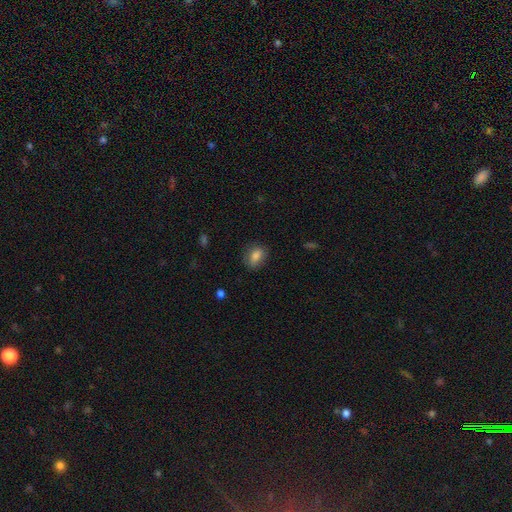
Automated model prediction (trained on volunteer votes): A smooth galaxy with no disk features (84%) that is in between round and cigar-shaped (76%). Merging: none (76%).